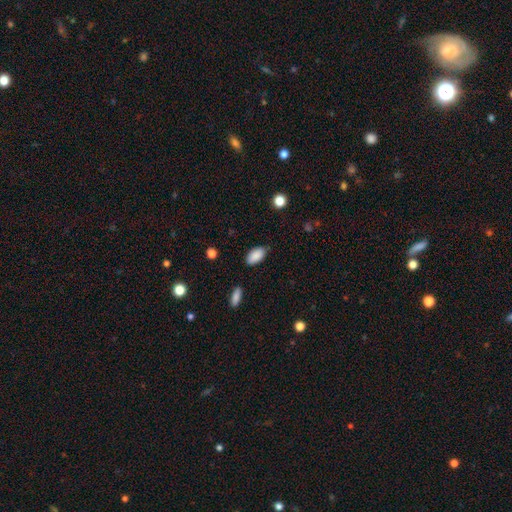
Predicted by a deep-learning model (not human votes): This appears to be a smooth galaxy with no disk features (89%) that is in between round and cigar-shaped (94%). Merging: none (84%).